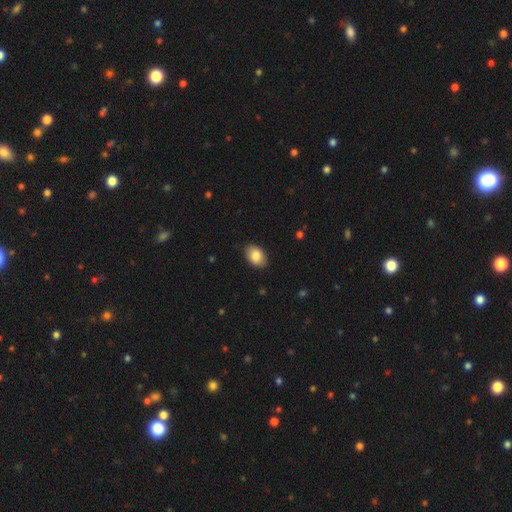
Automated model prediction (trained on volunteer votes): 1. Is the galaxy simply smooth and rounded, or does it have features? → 86% smooth, 7% featured or disk, 7% star or artifact.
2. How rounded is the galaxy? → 85% in between, 14% round, 1% cigar-shaped.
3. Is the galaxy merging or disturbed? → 88% none, 10% minor disturbance, 2% major disturbance, 1% merger.